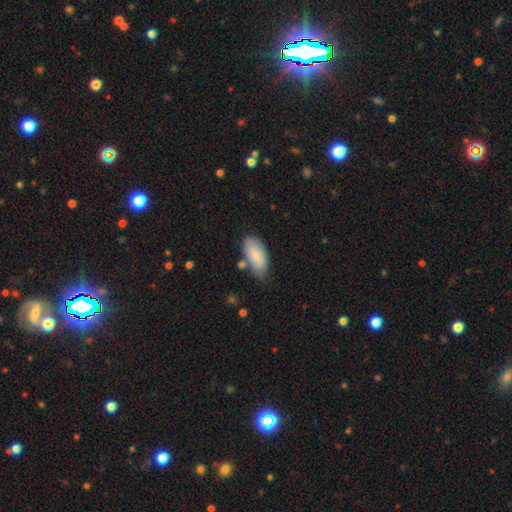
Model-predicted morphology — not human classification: smooth 78%, featured or disk 16%, star or artifact 6%. Down the decision tree: how rounded — in between (93%); merging — none (60%).